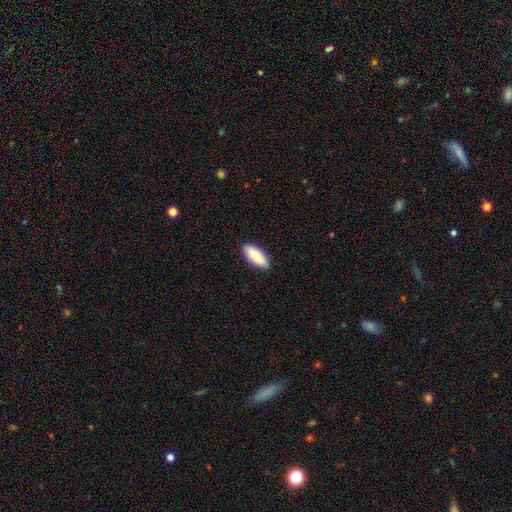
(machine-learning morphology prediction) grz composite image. It shows a smooth galaxy with no disk features (88%) that is in between round and cigar-shaped (79%). Merging: none (89%).